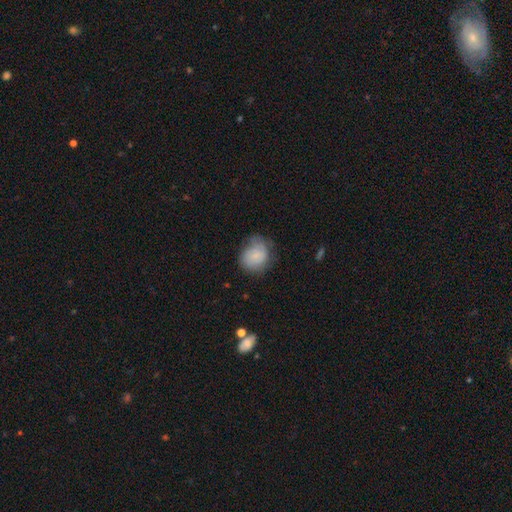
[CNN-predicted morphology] The model was most divided on "merging": none: 55%, minor disturbance: 31%, major disturbance: 12%, merger: 2%. More confident: smooth or featured — smooth (70%); how rounded — round (65%).